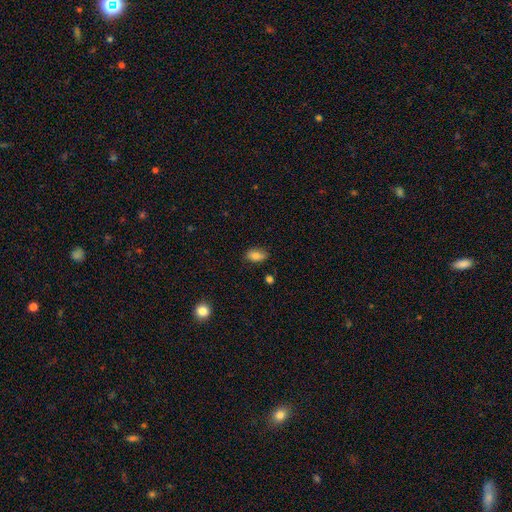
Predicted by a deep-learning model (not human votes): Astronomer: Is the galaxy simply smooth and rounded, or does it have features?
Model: smooth — 83%.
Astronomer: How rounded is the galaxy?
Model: in between — 90%.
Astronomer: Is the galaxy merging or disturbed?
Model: none — 82%.